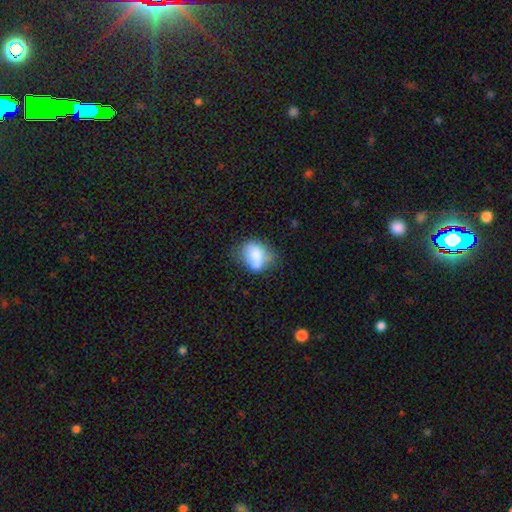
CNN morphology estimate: Q: Smooth or featured?
A: smooth (80%); runner-up: featured or disk (12%)
Q: How rounded?
A: in between (70%); runner-up: round (29%)
Q: Merging?
A: none (46%); runner-up: minor disturbance (34%)